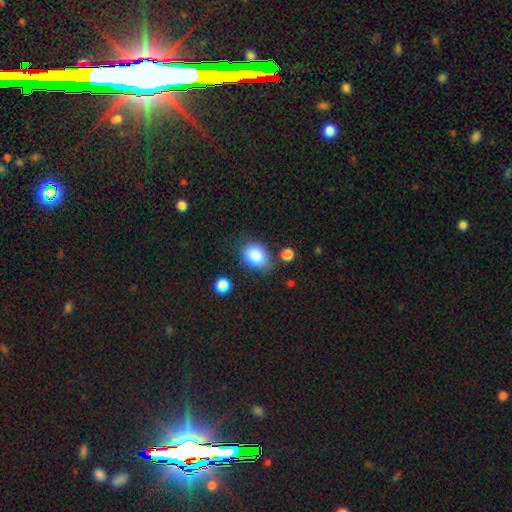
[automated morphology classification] A smooth galaxy with no disk features (84%) that is in between round and cigar-shaped (58%). Merging: none (71%).